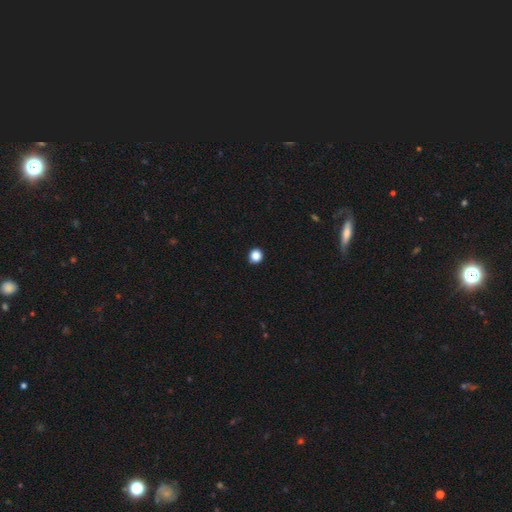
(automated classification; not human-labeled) The model was most divided on "smooth or featured": smooth: 86%, star or artifact: 11%, featured or disk: 2%. More confident: merging — none (93%); how rounded — round (89%).